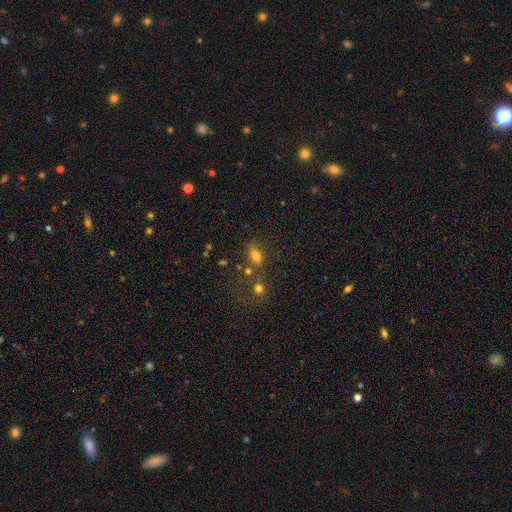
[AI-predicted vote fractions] Overall: smooth (74%). How rounded: in between (80%). Merging: none (57%; merger 21%).